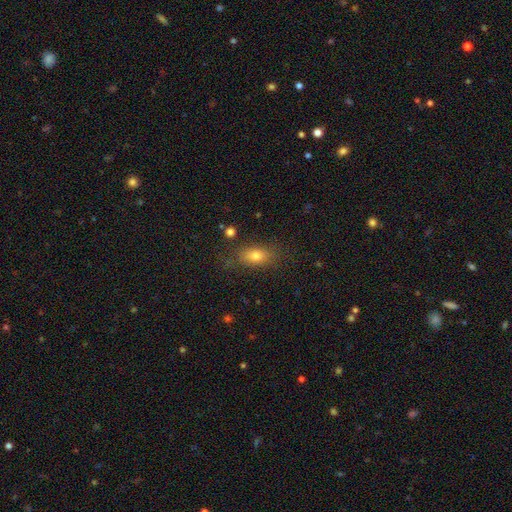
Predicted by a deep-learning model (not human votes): smooth-or-featured: smooth: 75% | featured or disk: 14% | star or artifact: 11%
  how-rounded: in between: 77% | cigar-shaped: 12% | round: 11%
  merging: none: 78% | minor disturbance: 15% | major disturbance: 5% | merger: 2%